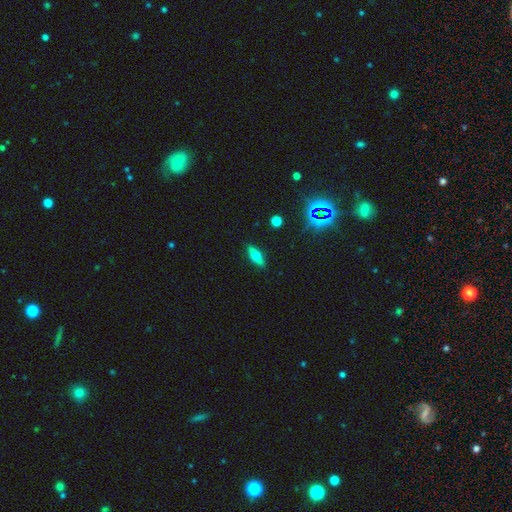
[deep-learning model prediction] Smooth or featured: smooth — 49% (featured or disk — 41%)
Merging: none — 89% (minor disturbance — 8%)